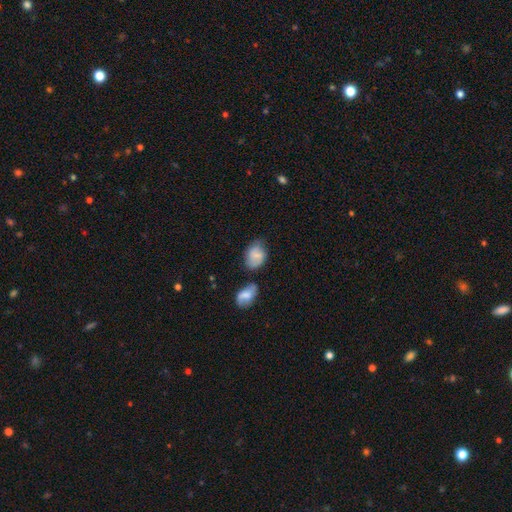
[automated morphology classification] A smooth galaxy with no disk features (69%) that is in between round and cigar-shaped (74%). Merging: none (54%).